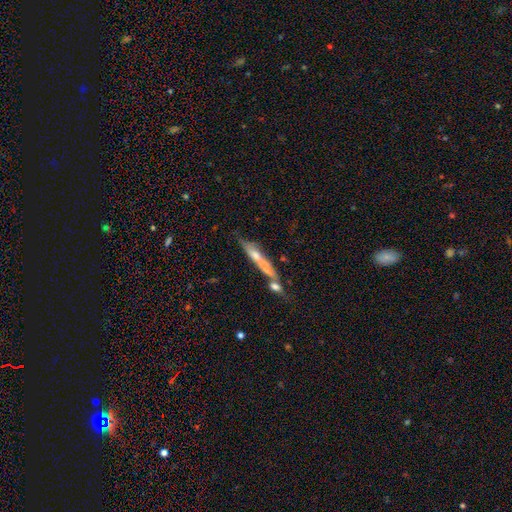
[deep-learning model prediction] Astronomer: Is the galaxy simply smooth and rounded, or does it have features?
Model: featured or disk — 54% (runner-up: smooth, 37%).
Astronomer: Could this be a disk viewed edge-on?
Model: yes — 75%.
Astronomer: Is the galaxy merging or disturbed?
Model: none — 45% (runner-up: merger, 25%).